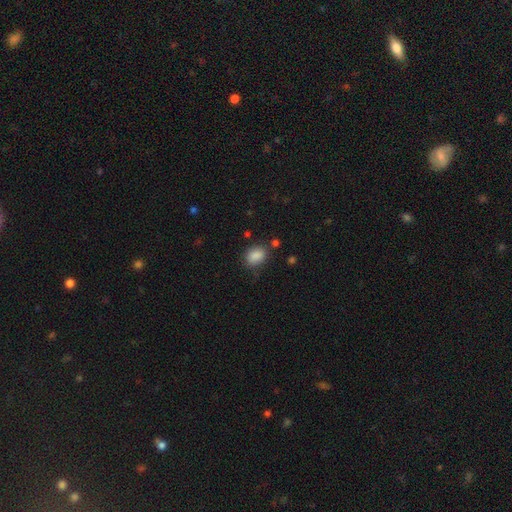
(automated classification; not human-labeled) Smooth or featured?
  - smooth: 87% *
  - star or artifact: 9%
  - featured or disk: 4%
How rounded?
  - in between: 71% *
  - round: 28%
  - cigar-shaped: 1%
Merging?
  - none: 76% *
  - minor disturbance: 16%
  - major disturbance: 4%
  - merger: 3%